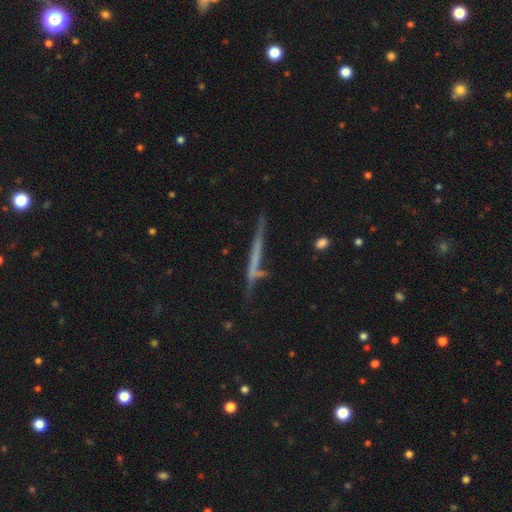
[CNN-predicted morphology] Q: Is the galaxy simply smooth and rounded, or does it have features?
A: featured or disk — 55%.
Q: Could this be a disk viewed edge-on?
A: yes — 91%.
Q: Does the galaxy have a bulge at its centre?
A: none — 85%.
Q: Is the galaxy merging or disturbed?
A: none — 62%.